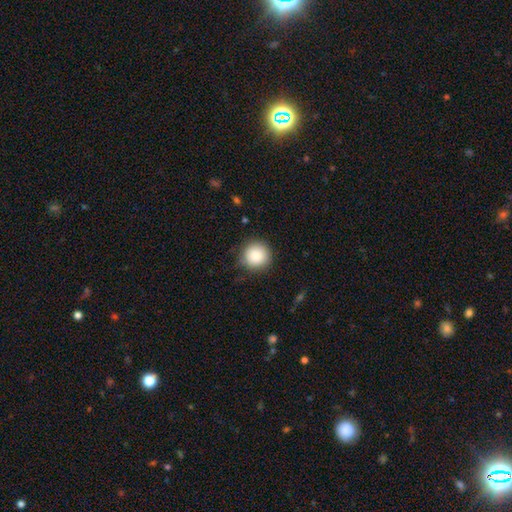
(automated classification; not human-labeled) This is clearly a smooth galaxy (86%). How rounded: clearly round (94%). Merging: clearly none (86%).